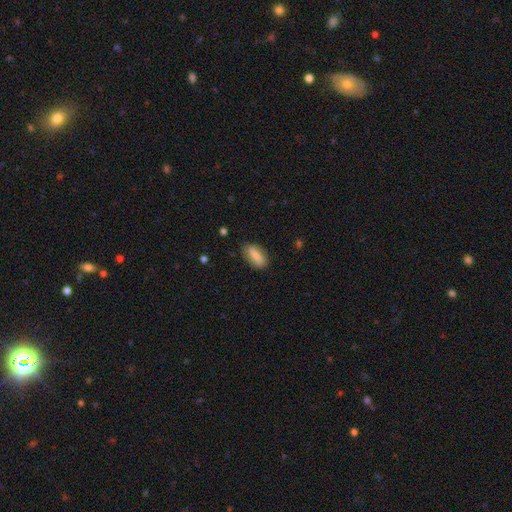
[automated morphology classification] This appears to be a smooth galaxy with no disk features (80%) that is in between round and cigar-shaped (77%). Merging: none (83%).